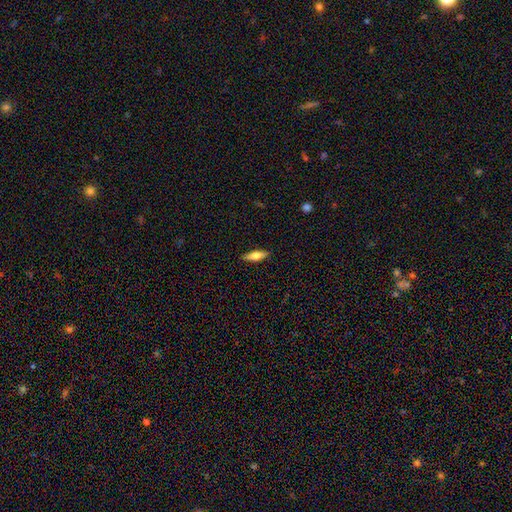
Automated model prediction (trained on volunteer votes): This is likely a smooth galaxy (67%). How rounded: possibly cigar-shaped (52%). Merging: clearly none (89%).